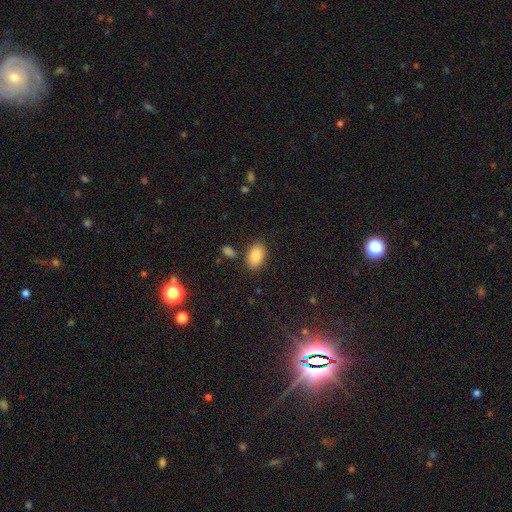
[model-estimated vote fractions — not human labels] smooth-or-featured: smooth: 87% | star or artifact: 7% | featured or disk: 6%
  how-rounded: in between: 91% | round: 8% | cigar-shaped: 1%
  merging: none: 82% | minor disturbance: 11% | merger: 5% | major disturbance: 3%